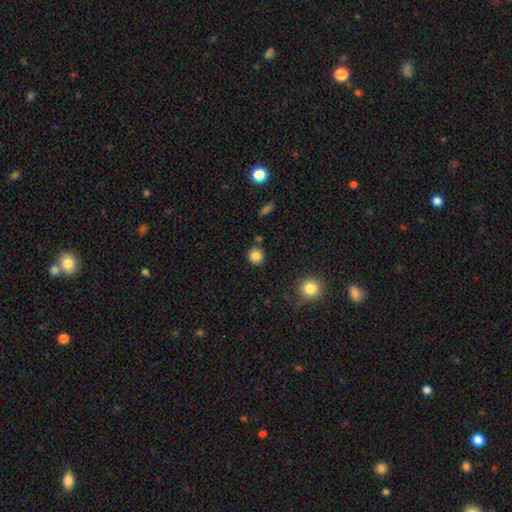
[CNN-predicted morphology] smooth-or-featured: smooth: 84% | star or artifact: 11% | featured or disk: 5%
  how-rounded: round: 89% | in between: 10% | cigar-shaped: 1%
  merging: none: 84% | minor disturbance: 9% | merger: 5% | major disturbance: 2%